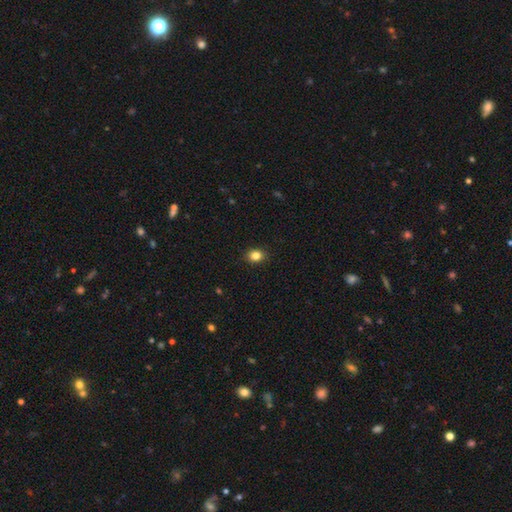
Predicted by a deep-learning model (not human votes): This is clearly a smooth galaxy (84%). How rounded: possibly round (52%). Merging: clearly none (90%).